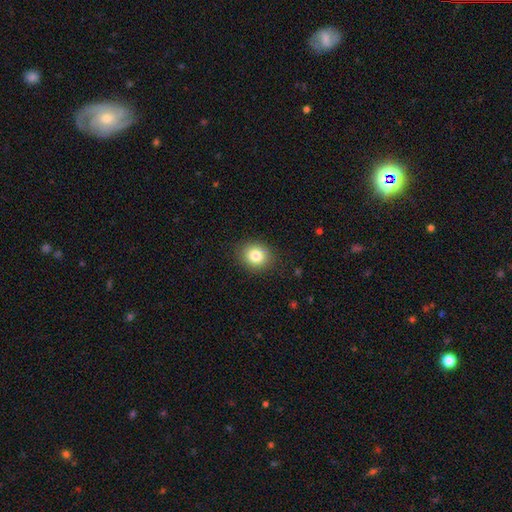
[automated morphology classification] The model was most divided on "how rounded": round: 72%, in between: 27%, cigar-shaped: 1%. More confident: merging — none (88%); smooth or featured — smooth (82%).